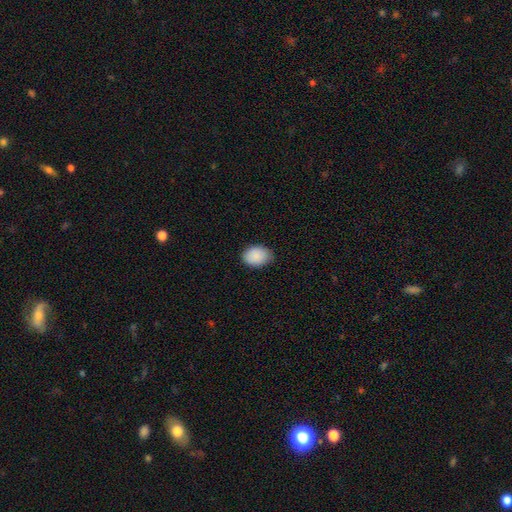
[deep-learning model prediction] Smooth or featured? Predicted: smooth (p=0.90). How rounded? Predicted: in between (p=0.74). Merging? Predicted: none (p=0.83).